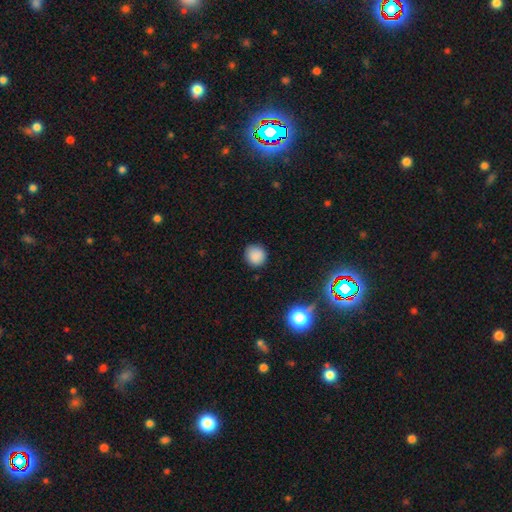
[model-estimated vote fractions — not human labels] Smooth or featured?
  - smooth: 86% *
  - star or artifact: 11%
  - featured or disk: 3%
How rounded?
  - round: 91% *
  - in between: 8%
  - cigar-shaped: 1%
Merging?
  - none: 87% *
  - minor disturbance: 9%
  - major disturbance: 2%
  - merger: 1%